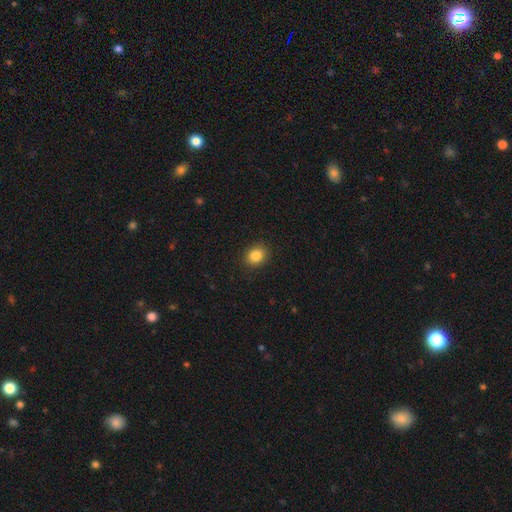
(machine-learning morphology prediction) Smooth or featured?
  - smooth: 85% *
  - star or artifact: 10%
  - featured or disk: 5%
How rounded?
  - round: 57% *
  - in between: 42%
  - cigar-shaped: 1%
Merging?
  - none: 89% *
  - minor disturbance: 8%
  - major disturbance: 2%
  - merger: 1%